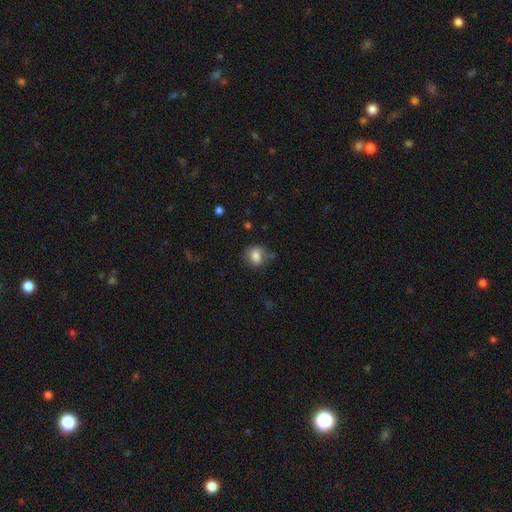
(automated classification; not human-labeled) Smooth or featured? smooth (79%)
How rounded? round (60%)
Merging? none (63%)